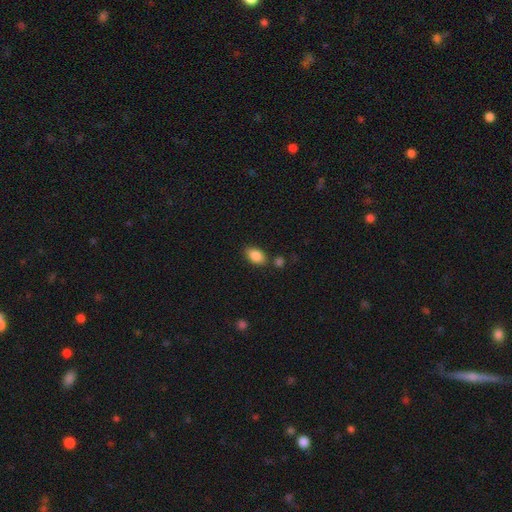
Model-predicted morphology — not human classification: A smooth galaxy with no disk features (87%) that is in between round and cigar-shaped (91%). Merging: none (76%).